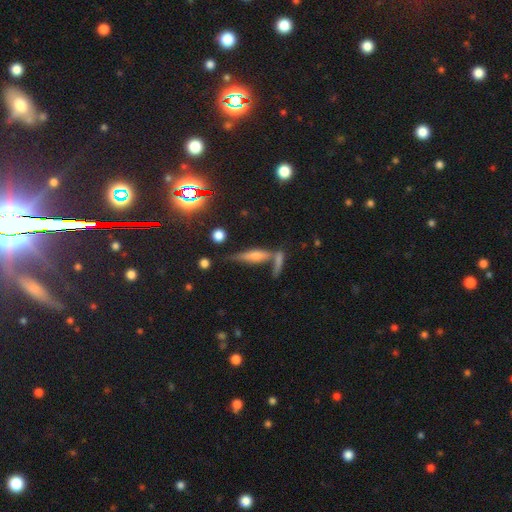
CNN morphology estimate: Smooth or featured?
  - featured or disk: 46% *
  - smooth: 30%
  - star or artifact: 24%
Merging?
  - none: 57% *
  - merger: 26%
  - minor disturbance: 11%
  - major disturbance: 6%